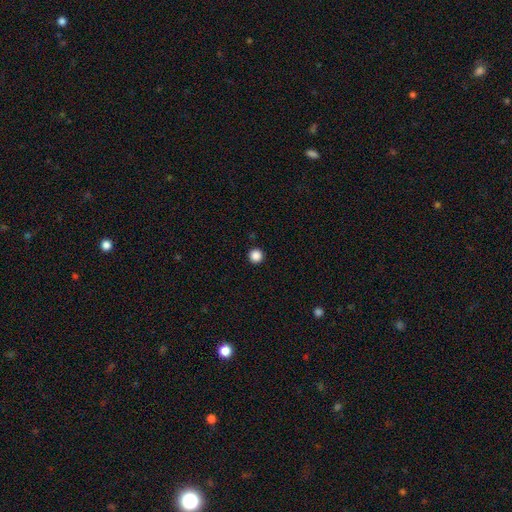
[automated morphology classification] Smooth or featured? smooth (87%)
How rounded? round (97%)
Merging? none (94%)